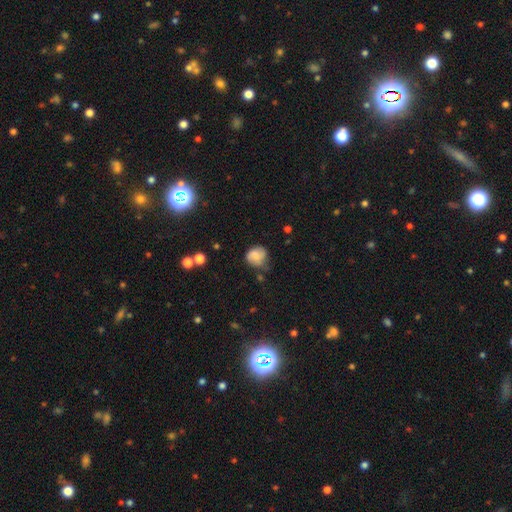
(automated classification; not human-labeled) smooth 69%, featured or disk 21%, star or artifact 10%. Down the decision tree: how rounded — round (75%); merging — none (52%).